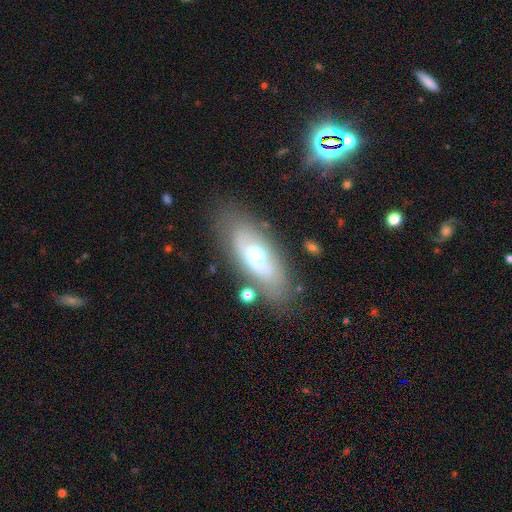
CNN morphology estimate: Smooth or featured? Predicted: featured or disk (p=0.56). Edge-on disk? Predicted: no (p=0.82). Merging? Predicted: none (p=0.74).